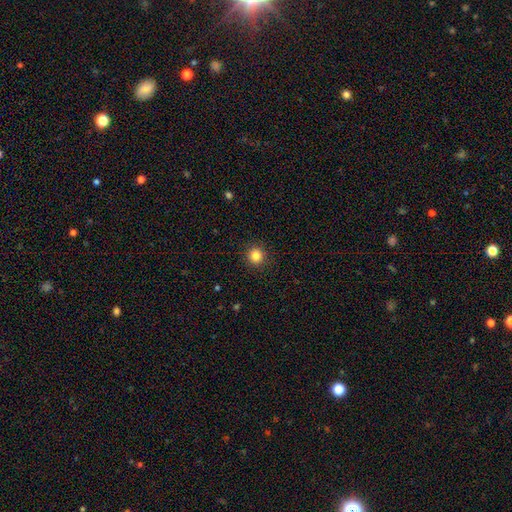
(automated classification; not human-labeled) This is clearly a smooth galaxy (84%). How rounded: clearly round (95%). Merging: clearly none (92%).